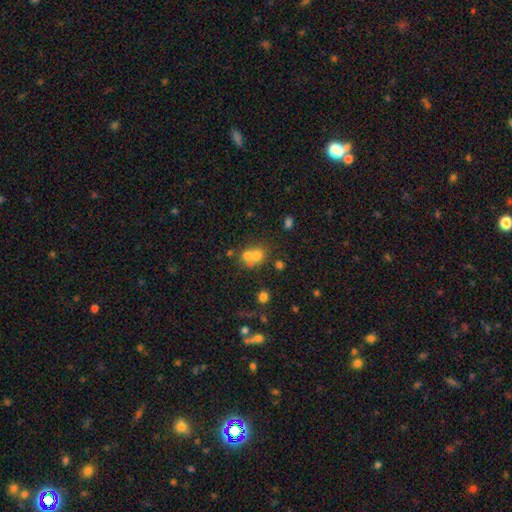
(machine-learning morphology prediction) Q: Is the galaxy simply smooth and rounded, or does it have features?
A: smooth — 65%.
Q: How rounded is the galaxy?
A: round — 72%.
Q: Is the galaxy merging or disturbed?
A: merger — 59%.